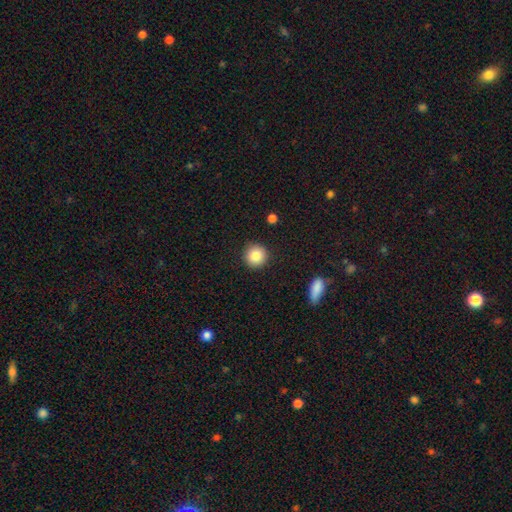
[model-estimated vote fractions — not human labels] Smooth or featured? smooth (86%)
How rounded? round (94%)
Merging? none (91%)